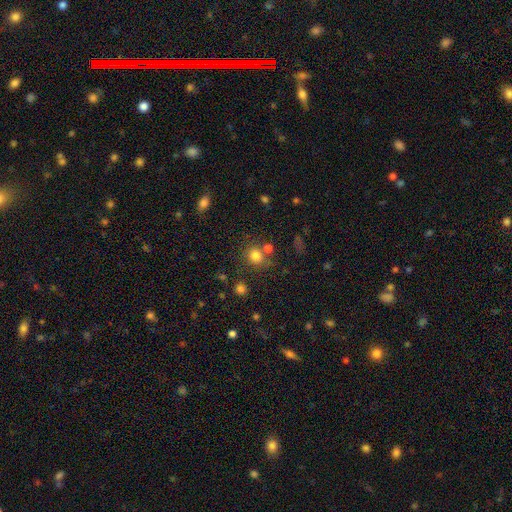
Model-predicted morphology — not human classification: smooth_or_featured: smooth (p=0.79) [alt: star or artifact p=0.14]
how_rounded: round (p=0.83) [alt: in between p=0.16]
merging: none (p=0.68) [alt: merger p=0.16]